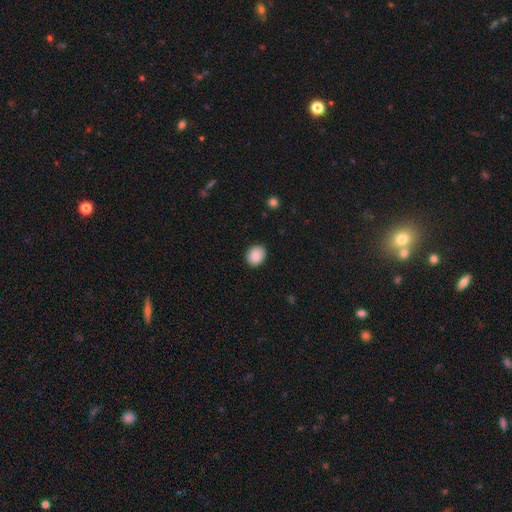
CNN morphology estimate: A smooth galaxy with no disk features (89%) that is round (56%). Merging: none (89%).